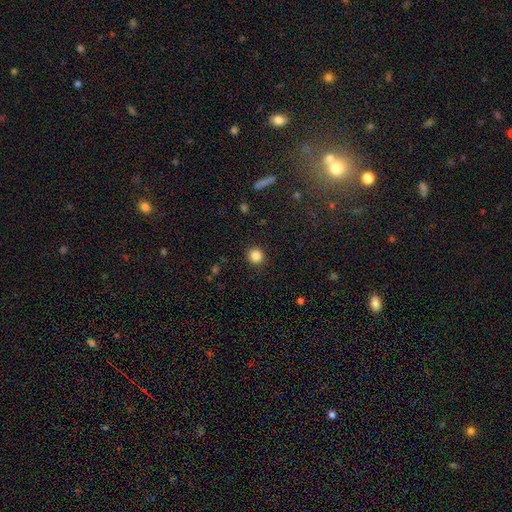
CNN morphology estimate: A smooth galaxy with no disk features (86%) that is round (93%). Merging: none (91%).